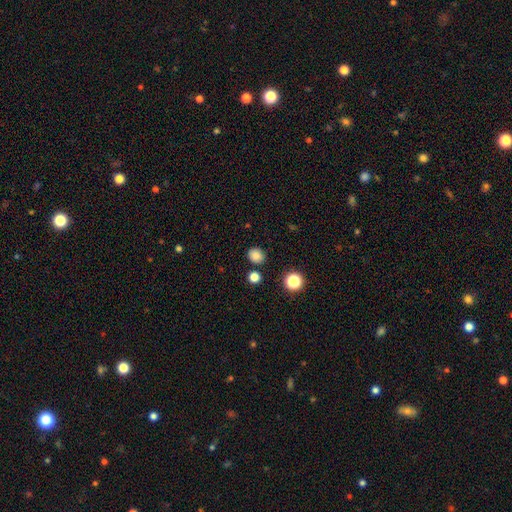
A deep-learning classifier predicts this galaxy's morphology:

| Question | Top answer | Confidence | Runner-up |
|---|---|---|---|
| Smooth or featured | smooth | 83% | star or artifact (13%) |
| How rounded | round | 74% | in between (25%) |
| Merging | none | 85% | minor disturbance (8%) |